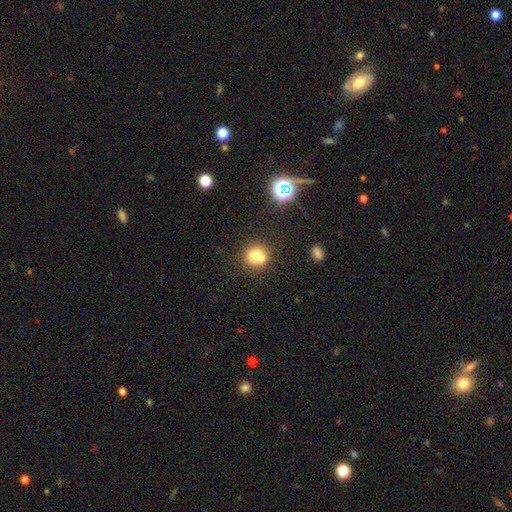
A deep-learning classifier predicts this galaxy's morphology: smooth_or_featured: smooth (p=0.70) [alt: featured or disk p=0.16]
how_rounded: round (p=0.86) [alt: in between p=0.13]
merging: none (p=0.52) [alt: merger p=0.34]